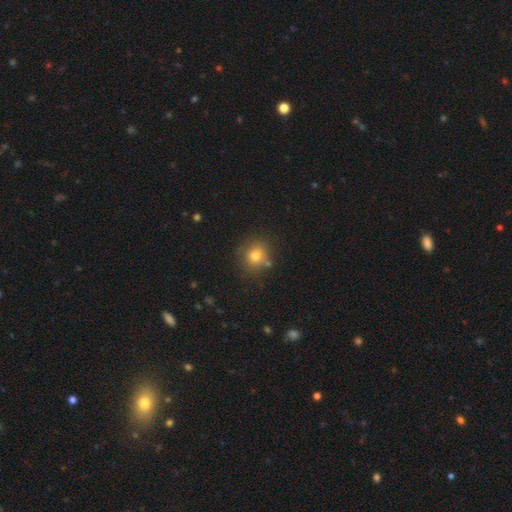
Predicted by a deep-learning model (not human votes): Smooth or featured? smooth (76%)
How rounded? round (85%)
Merging? none (78%)